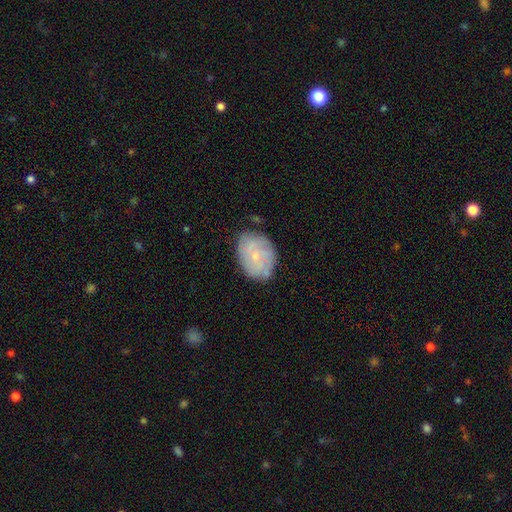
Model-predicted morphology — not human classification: type=featured or disk (54%); edge-on=no (97%); bar=no (81%); spiral arms=yes (68%); bulge=small (80%); merging=none (71%).